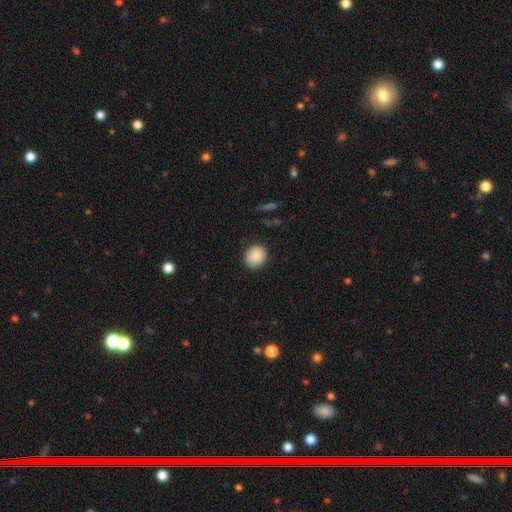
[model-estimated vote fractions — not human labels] Smooth or featured?
  - smooth: 88% *
  - star or artifact: 8%
  - featured or disk: 4%
How rounded?
  - round: 66% *
  - in between: 33%
  - cigar-shaped: 1%
Merging?
  - none: 88% *
  - minor disturbance: 9%
  - major disturbance: 2%
  - merger: 1%